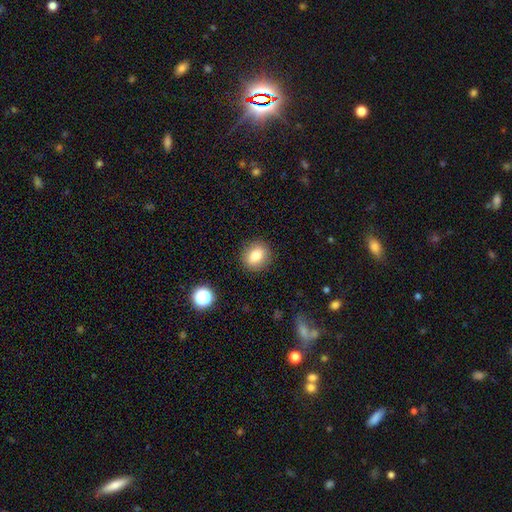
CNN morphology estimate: The model was most divided on "how rounded": round: 61%, in between: 38%, cigar-shaped: 1%. More confident: merging — none (88%); smooth or featured — smooth (82%).